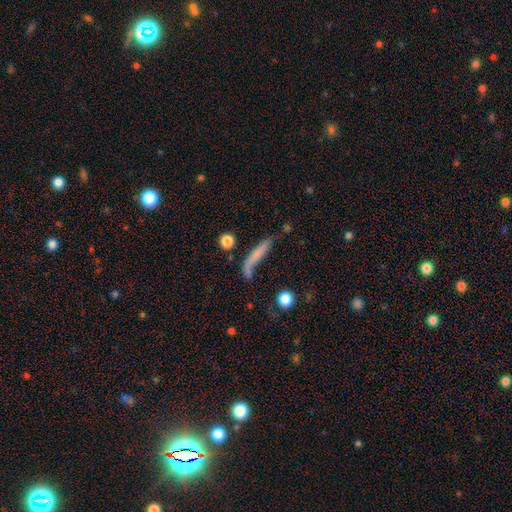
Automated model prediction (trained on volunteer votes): smooth 62%, featured or disk 29%, star or artifact 9%. Down the decision tree: how rounded — cigar-shaped (84%); merging — none (50%).